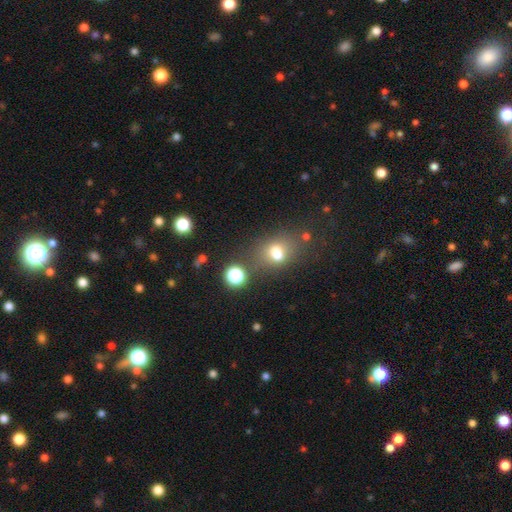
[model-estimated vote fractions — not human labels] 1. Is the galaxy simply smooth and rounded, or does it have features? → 59% smooth, 32% star or artifact, 9% featured or disk.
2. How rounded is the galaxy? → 66% round, 32% in between, 2% cigar-shaped.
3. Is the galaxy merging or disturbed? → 76% none, 11% minor disturbance, 9% merger, 4% major disturbance.